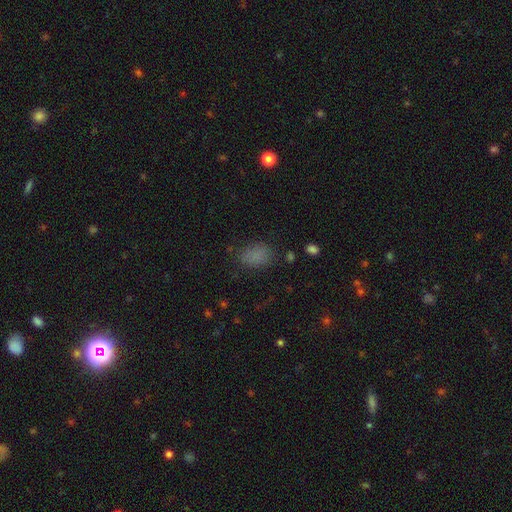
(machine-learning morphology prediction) Smooth or featured: smooth — 80% (star or artifact — 15%)
How rounded: in between — 83% (round — 15%)
Merging: none — 76% (minor disturbance — 16%)